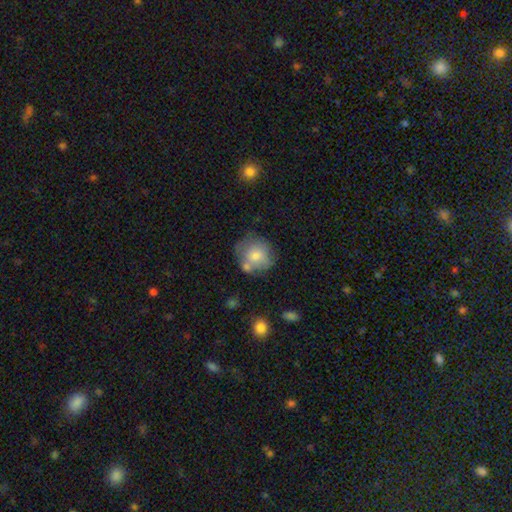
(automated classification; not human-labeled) This appears to be a smooth galaxy with no disk features (71%) that is round (85%). Merging: none (52%).